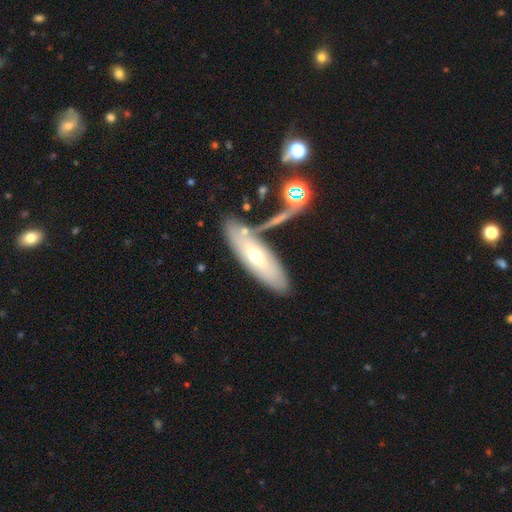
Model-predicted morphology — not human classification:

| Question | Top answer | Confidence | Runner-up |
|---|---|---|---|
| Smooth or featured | smooth | 51% | featured or disk (41%) |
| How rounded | in between | 53% | cigar-shaped (44%) |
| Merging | none | 68% | merger (14%) |